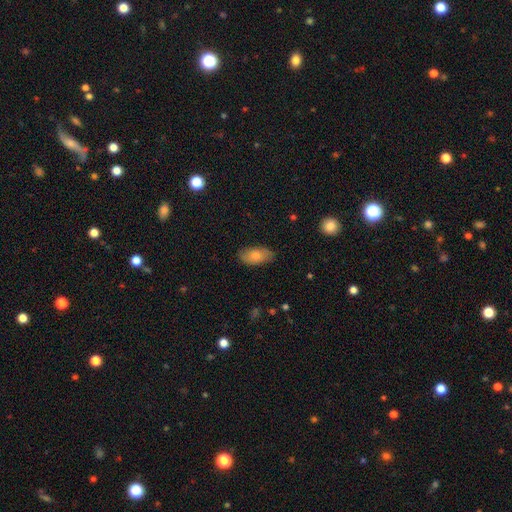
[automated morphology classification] Smooth or featured: smooth — 78% (featured or disk — 16%)
How rounded: in between — 92% (cigar-shaped — 5%)
Merging: none — 82% (minor disturbance — 14%)